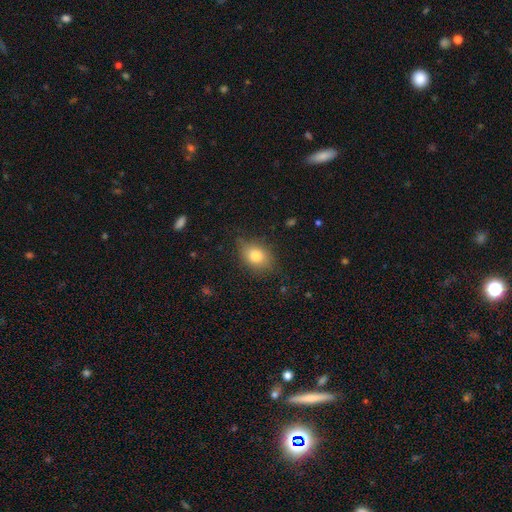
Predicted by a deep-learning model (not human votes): Smooth or featured: smooth — 80% (featured or disk — 11%)
How rounded: in between — 69% (round — 30%)
Merging: none — 75% (minor disturbance — 20%)